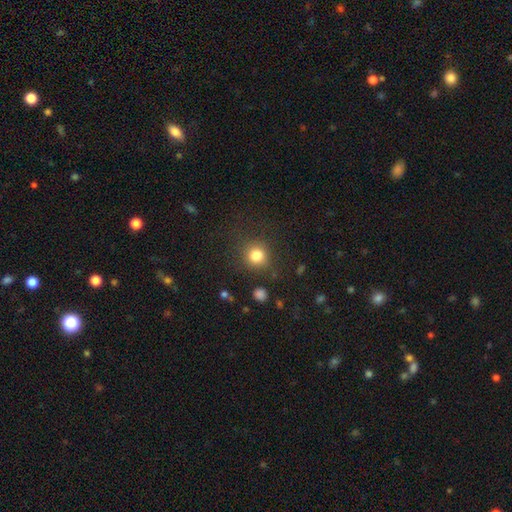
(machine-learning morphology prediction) A smooth galaxy with no disk features (82%) that is round (90%). Merging: none (84%).